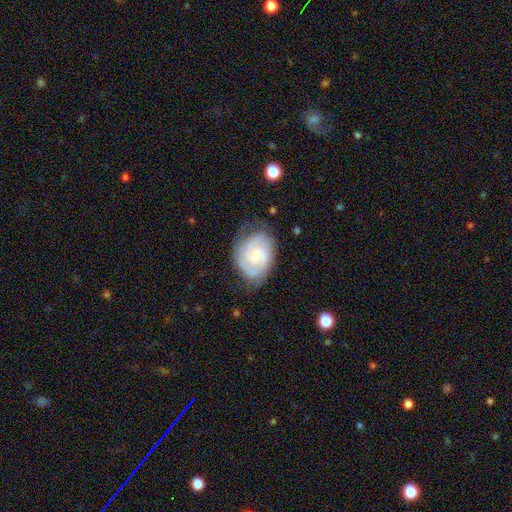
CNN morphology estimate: type=featured or disk (86%); edge-on=no (98%); bar=no (51%); spiral arms=yes (98%); winding=tight (68%); arm count=2 (63%); bulge=small (63%); merging=none (73%).